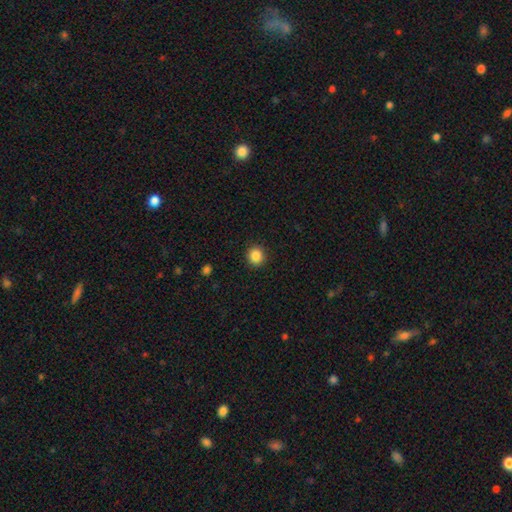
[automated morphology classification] This is clearly a smooth galaxy (87%). How rounded: clearly round (90%). Merging: clearly none (92%).